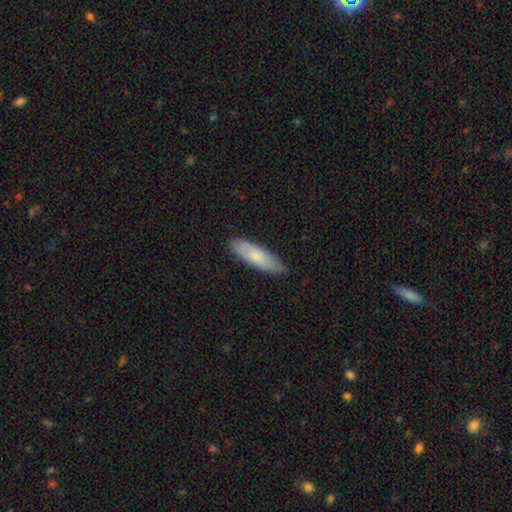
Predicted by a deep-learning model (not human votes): A smooth galaxy with no disk features (73%) that is cigar-shaped (51%). Merging: none (83%).